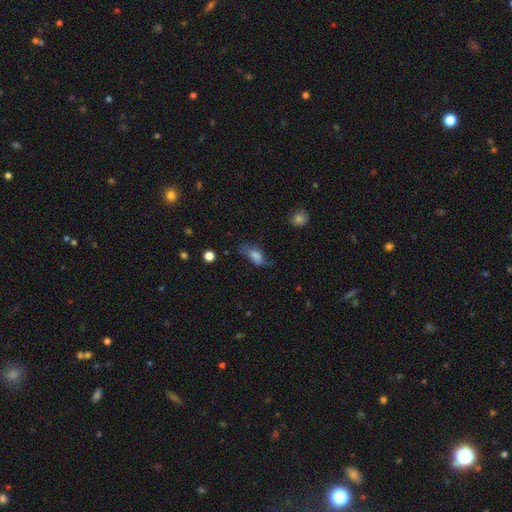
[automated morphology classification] The model was most divided on "merging": none: 43%, minor disturbance: 32%, major disturbance: 22%, merger: 3%. More confident: how rounded — in between (85%); smooth or featured — smooth (73%).